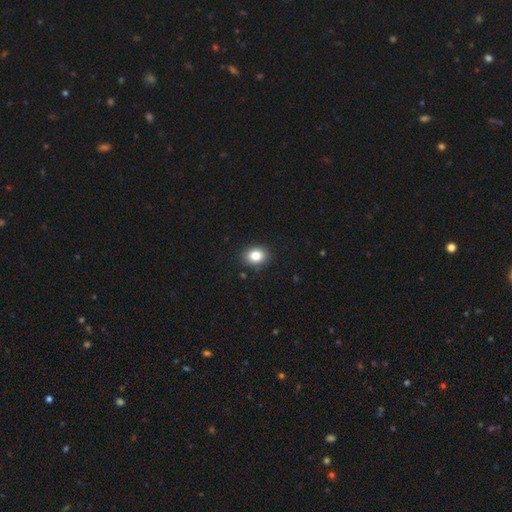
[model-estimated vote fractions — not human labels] Smooth or featured? smooth (84%)
How rounded? in between (59%)
Merging? none (88%)